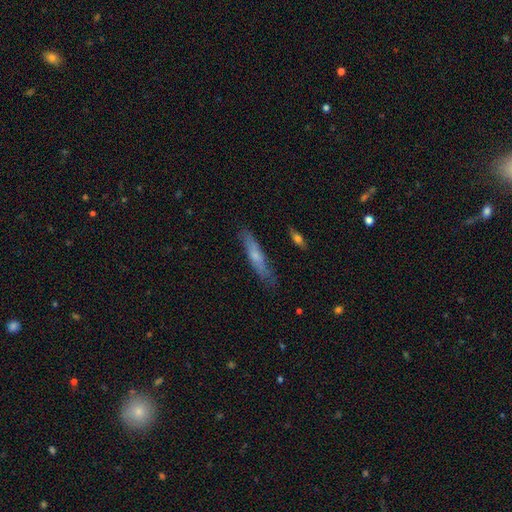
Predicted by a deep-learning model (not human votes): smooth-or-featured: smooth: 56% | featured or disk: 38% | star or artifact: 7%
  how-rounded: cigar-shaped: 89% | in between: 10% | round: 2%
  merging: none: 80% | minor disturbance: 16% | major disturbance: 3% | merger: 2%